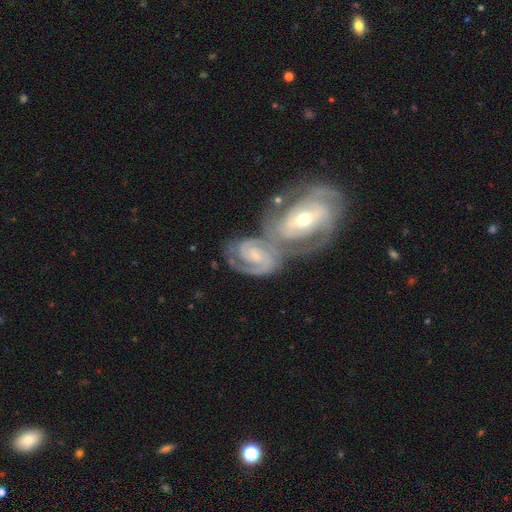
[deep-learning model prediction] Smooth or featured?
  - featured or disk: 89% *
  - smooth: 7%
  - star or artifact: 4%
Edge-on disk?
  - no: 97% *
  - yes: 3%
Bar?
  - weak: 42% *
  - no: 36%
  - strong: 23%
Spiral arms?
  - yes: 97% *
  - no: 3%
Spiral winding?
  - tight: 53% *
  - medium: 40%
  - loose: 7%
Spiral arm count?
  - 2: 78% *
  - 3: 8%
  - can't tell: 7%
  - 1: 3%
  - 4: 2%
  - more than 4: 2%
Bulge size?
  - small: 55% *
  - moderate: 37%
  - none: 4%
  - large: 3%
  - dominant: 1%
Merging?
  - merger: 66% *
  - none: 21%
  - minor disturbance: 8%
  - major disturbance: 5%